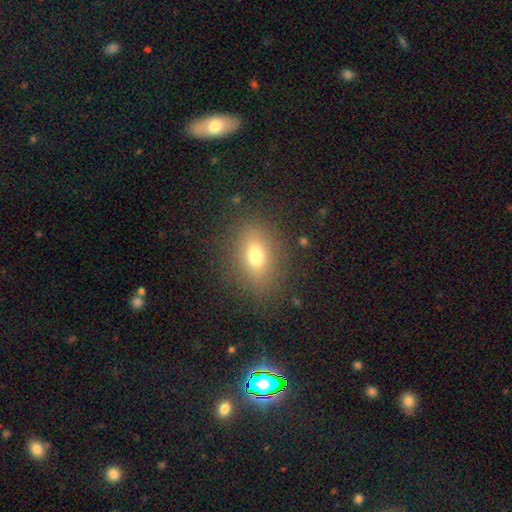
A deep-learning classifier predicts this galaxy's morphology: Smooth or featured? smooth (71%)
How rounded? in between (72%)
Merging? none (84%)